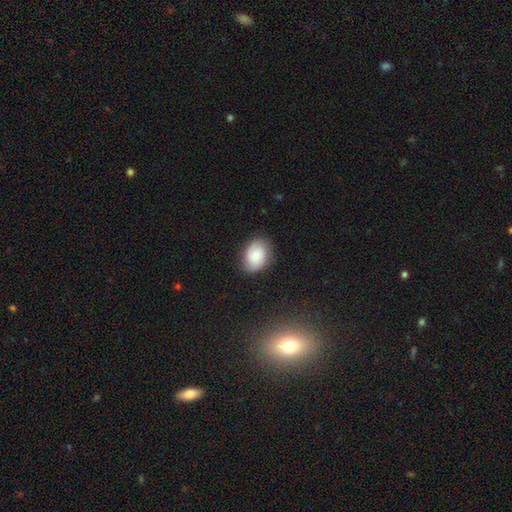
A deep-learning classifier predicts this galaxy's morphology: This appears to be a smooth galaxy with no disk features (67%) that is in between round and cigar-shaped (71%). Merging: none (80%).